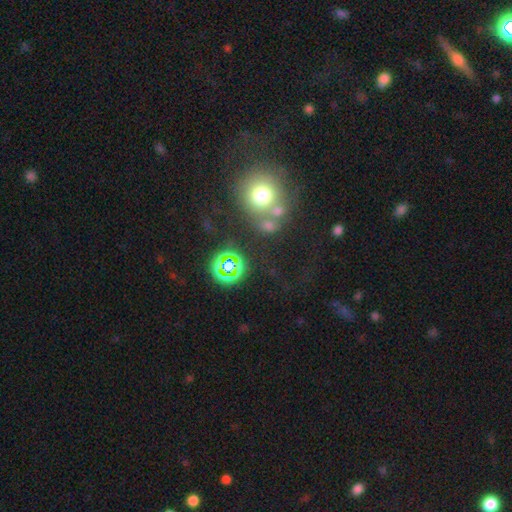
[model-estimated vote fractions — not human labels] Smooth or featured? Predicted: smooth (p=0.51). How rounded? Predicted: round (p=0.85). Merging? Predicted: none (p=0.60).